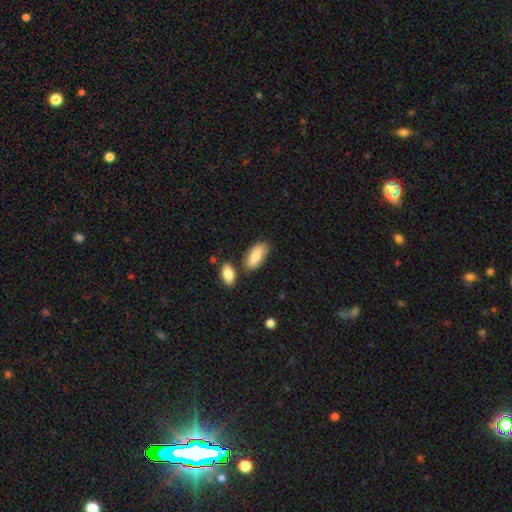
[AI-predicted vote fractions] Smooth or featured?
  - smooth: 82% *
  - featured or disk: 13%
  - star or artifact: 6%
How rounded?
  - in between: 89% *
  - cigar-shaped: 9%
  - round: 3%
Merging?
  - none: 73% *
  - minor disturbance: 14%
  - merger: 11%
  - major disturbance: 3%